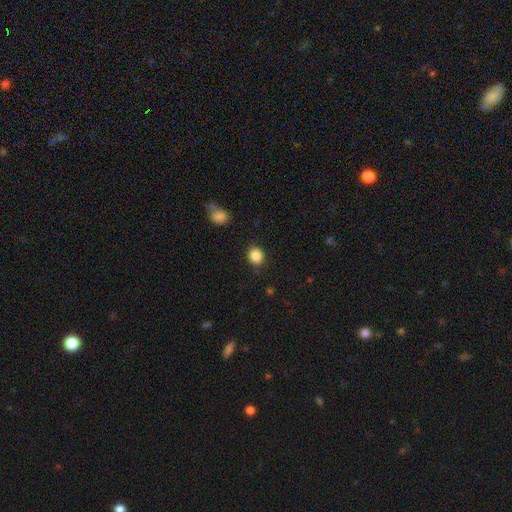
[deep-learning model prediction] Overall: smooth (87%). How rounded: round (73%). Merging: none (87%).